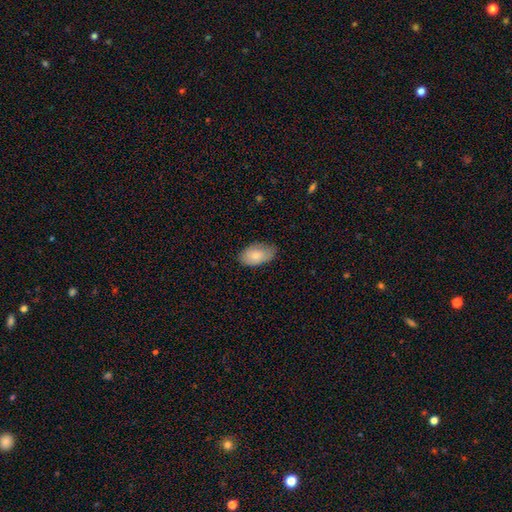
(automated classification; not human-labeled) smooth_or_featured: smooth (p=0.78) [alt: featured or disk p=0.16]
how_rounded: in between (p=0.94) [alt: round p=0.05]
merging: none (p=0.72) [alt: minor disturbance p=0.23]